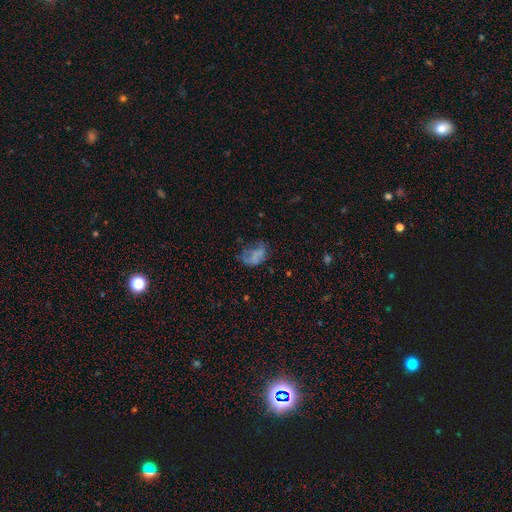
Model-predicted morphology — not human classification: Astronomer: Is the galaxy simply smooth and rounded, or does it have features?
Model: smooth — 57%.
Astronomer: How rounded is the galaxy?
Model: in between — 84%.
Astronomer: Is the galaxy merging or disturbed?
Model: none — 35% (runner-up: major disturbance, 33%).